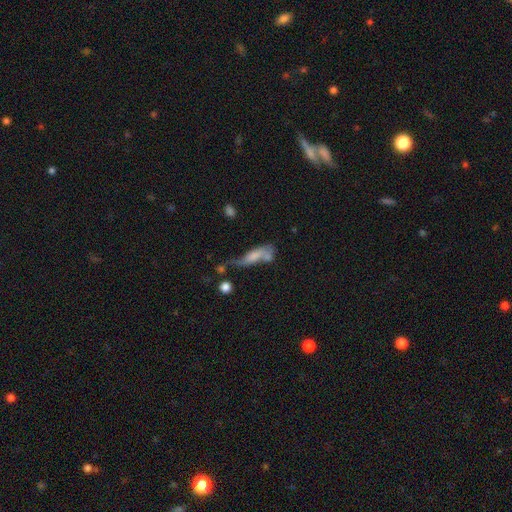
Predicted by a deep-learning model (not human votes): Morphology: type=smooth (57%); roundness=in between (51%); merging=merger (27%, tied with none).